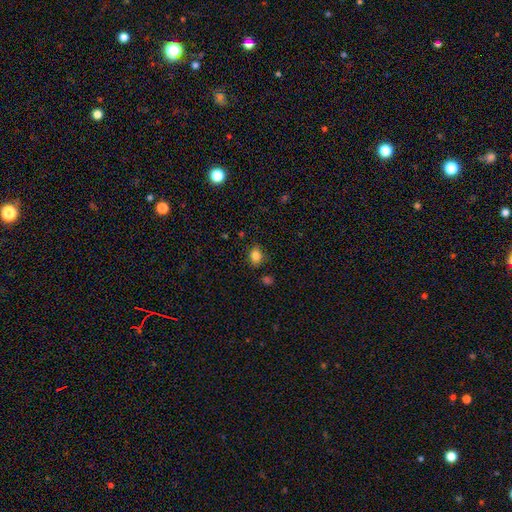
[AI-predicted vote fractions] A smooth galaxy with no disk features (83%) that is in between round and cigar-shaped (62%). Merging: none (82%).